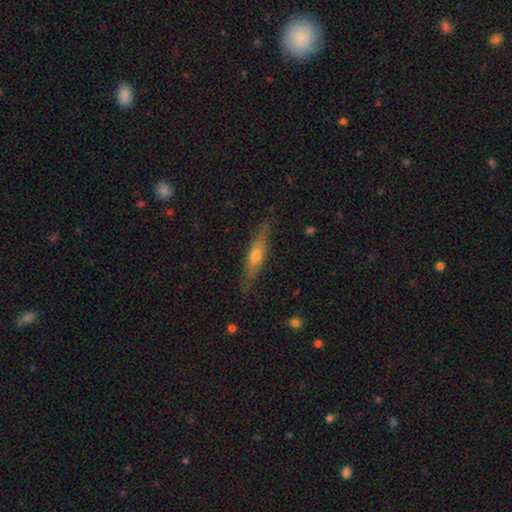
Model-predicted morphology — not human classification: This appears to be a featured or disk galaxy (61%) viewed edge-on (93%) with a rounded central bulge (85%). Merging: none (86%).